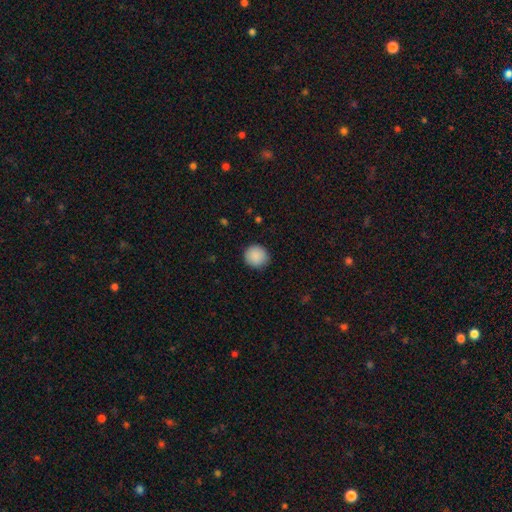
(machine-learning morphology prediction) Q: Smooth or featured?
A: smooth (90%); runner-up: star or artifact (7%)
Q: How rounded?
A: round (91%); runner-up: in between (8%)
Q: Merging?
A: none (91%); runner-up: minor disturbance (7%)